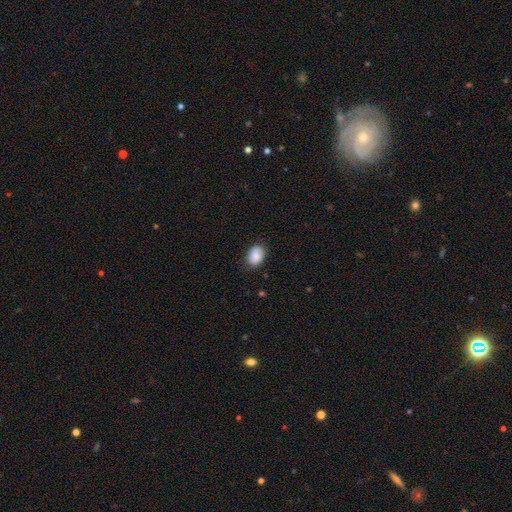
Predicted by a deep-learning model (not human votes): Morphology: type=smooth (86%); roundness=in between (81%); merging=none (79%).